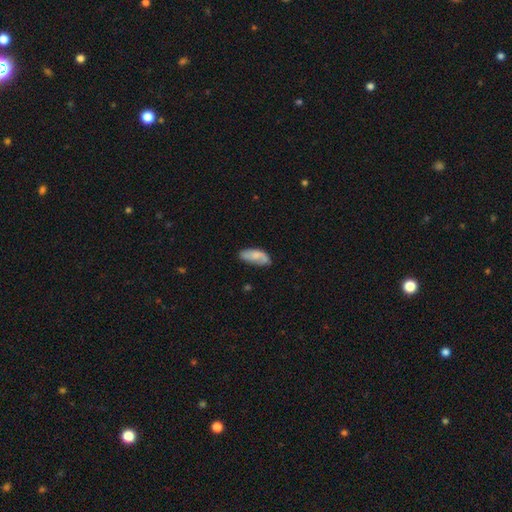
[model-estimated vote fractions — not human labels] This appears to be a smooth galaxy with no disk features (61%) that is in between round and cigar-shaped (87%). Merging: none (58%).